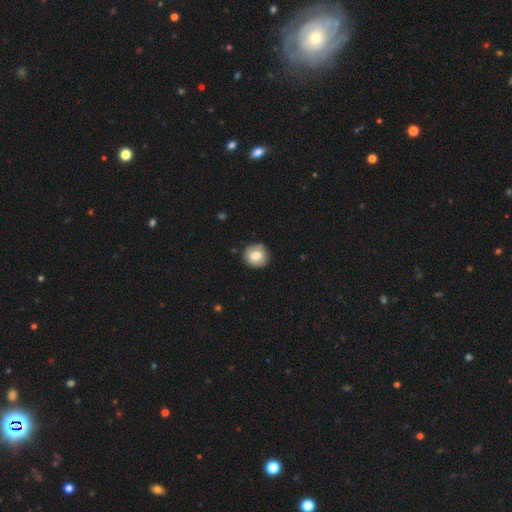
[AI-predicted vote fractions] A smooth galaxy with no disk features (79%) that is round (93%). Merging: none (87%).